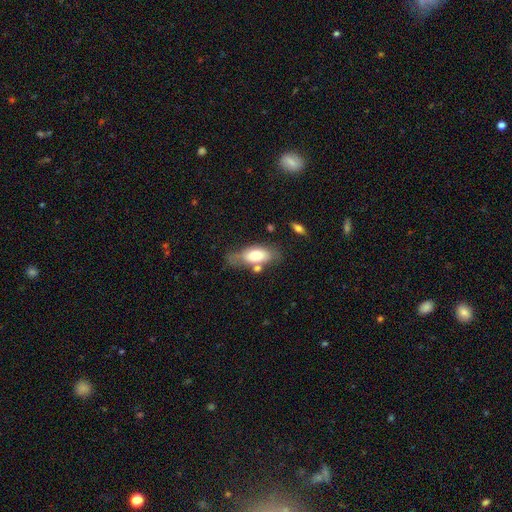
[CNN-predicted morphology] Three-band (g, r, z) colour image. It shows a smooth galaxy with no disk features (68%) that is in between round and cigar-shaped (86%). Merging: none (51%).